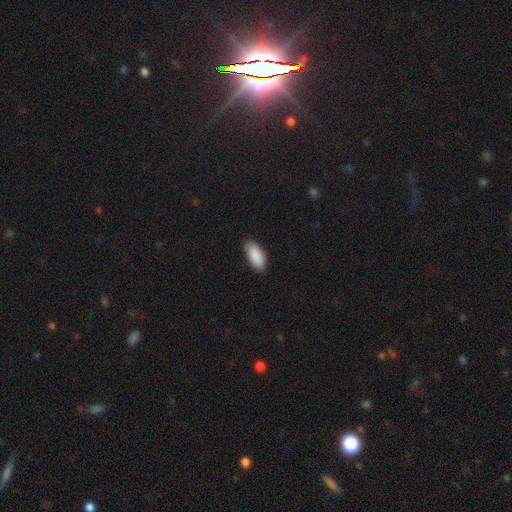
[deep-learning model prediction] The model was most divided on "merging": none: 85%, minor disturbance: 12%, major disturbance: 2%, merger: 1%. More confident: how rounded — in between (92%); smooth or featured — smooth (90%).